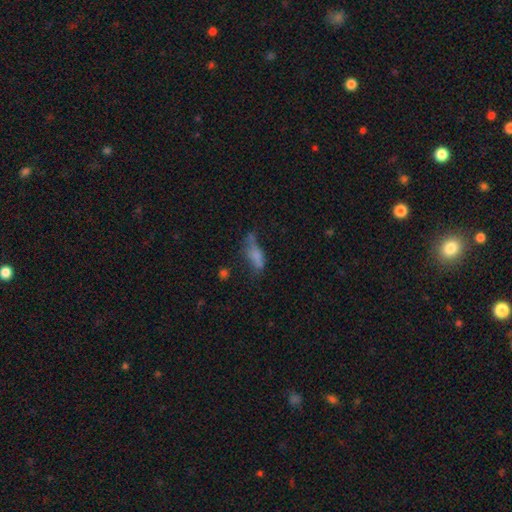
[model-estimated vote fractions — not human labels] Overall: smooth (60%; featured or disk 27%). How rounded: in between (60%; cigar-shaped 36%). Merging: none (35%; minor disturbance 29%).